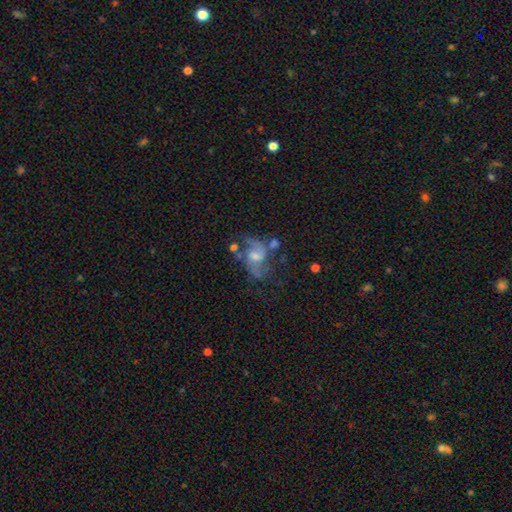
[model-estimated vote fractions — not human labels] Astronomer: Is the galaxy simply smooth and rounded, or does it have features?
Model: featured or disk — 80%.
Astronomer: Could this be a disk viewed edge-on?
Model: no — 97%.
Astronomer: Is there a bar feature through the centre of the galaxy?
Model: no — 49% (runner-up: weak, 43%).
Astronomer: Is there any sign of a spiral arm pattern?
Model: yes — 92%.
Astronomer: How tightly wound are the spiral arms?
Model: medium — 45% (runner-up: loose, 44%).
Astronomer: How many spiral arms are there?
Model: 2 — 84%.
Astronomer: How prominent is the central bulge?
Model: moderate — 51% (runner-up: small, 32%).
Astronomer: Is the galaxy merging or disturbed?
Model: none — 47%.